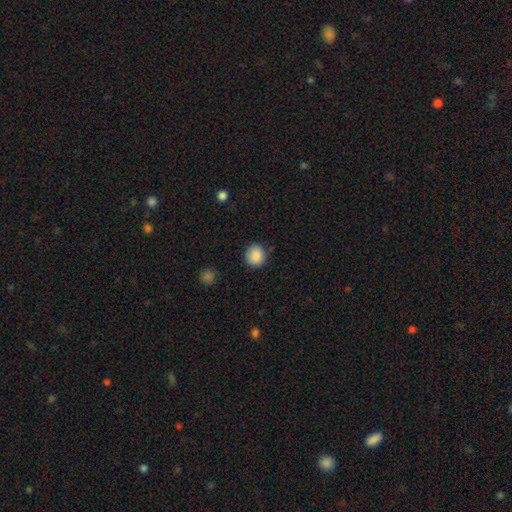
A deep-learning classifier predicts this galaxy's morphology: Smooth or featured: smooth — 88% (star or artifact — 8%)
How rounded: round — 90% (in between — 10%)
Merging: none — 87% (minor disturbance — 9%)